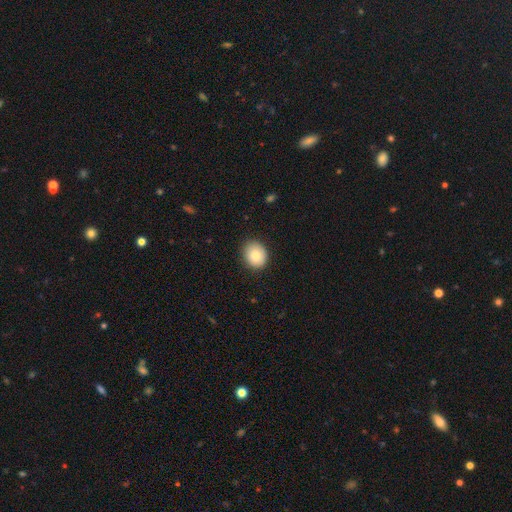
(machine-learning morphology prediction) smooth 83%, star or artifact 8%, featured or disk 8%. Down the decision tree: how rounded — round (60%); merging — none (86%).